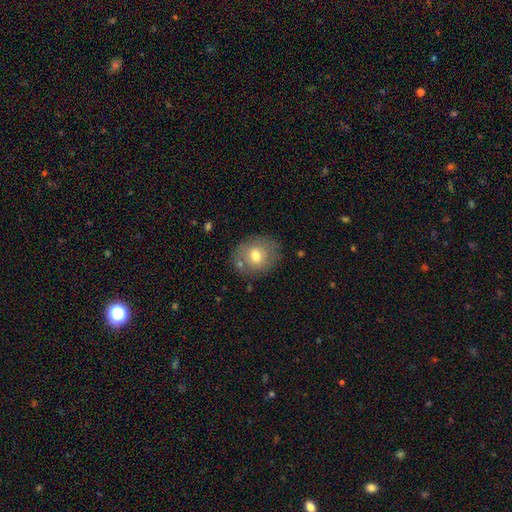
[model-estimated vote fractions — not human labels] Smooth or featured? Predicted: smooth (p=0.69). How rounded? Predicted: round (p=0.63). Merging? Predicted: none (p=0.77).